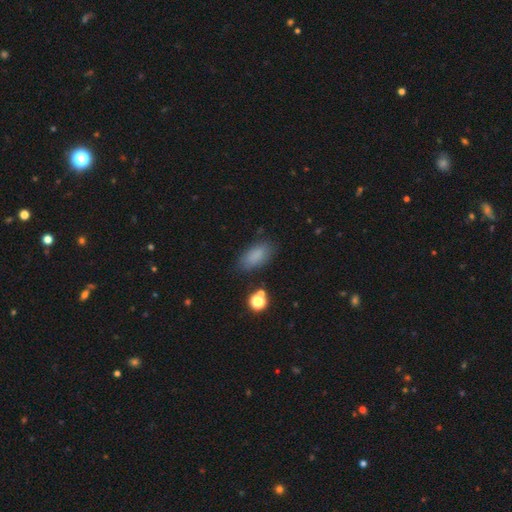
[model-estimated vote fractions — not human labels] Overall: smooth (84%). How rounded: in between (88%). Merging: none (79%).